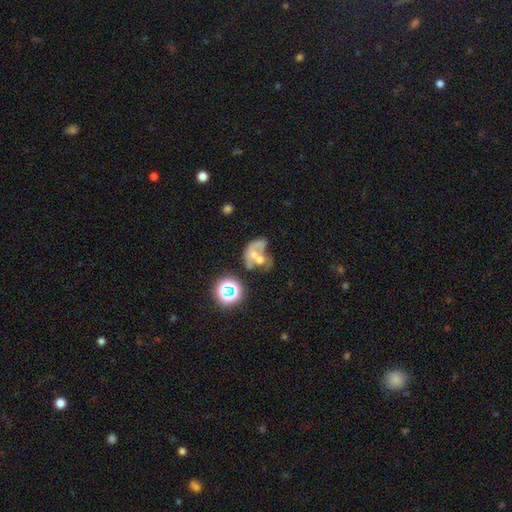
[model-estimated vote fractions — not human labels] This appears to be a featured or disk galaxy (42%). Merging: merger (59%).